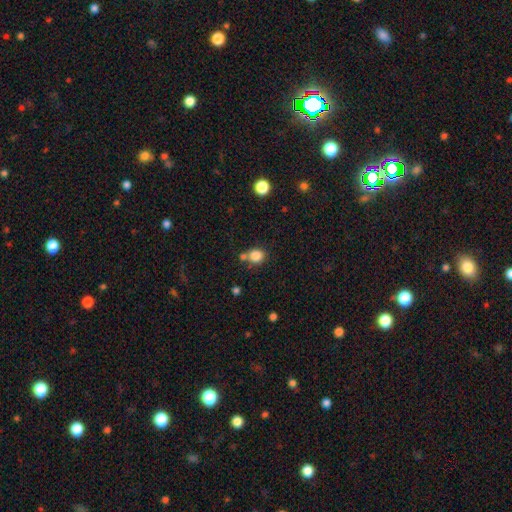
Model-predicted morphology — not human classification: Overall: smooth (84%). How rounded: round (77%). Merging: none (64%).